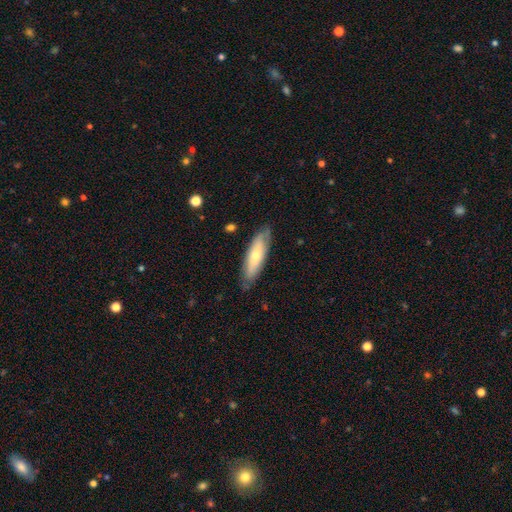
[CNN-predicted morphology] This is possibly a smooth galaxy (56%). How rounded: possibly cigar-shaped (55%). Merging: likely none (78%).